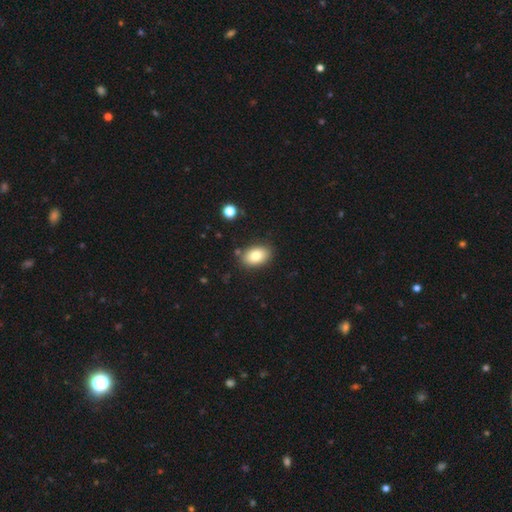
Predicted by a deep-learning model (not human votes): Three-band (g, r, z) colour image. It shows a smooth galaxy with no disk features (82%) that is in between round and cigar-shaped (87%). Merging: none (84%).